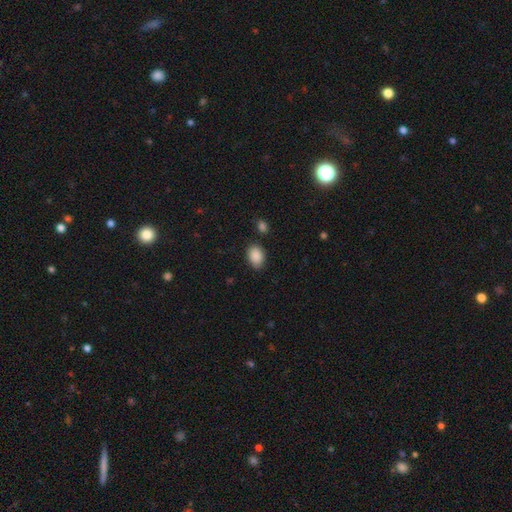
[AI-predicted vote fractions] smooth 89%, star or artifact 7%, featured or disk 4%. Down the decision tree: how rounded — in between (80%); merging — none (79%).